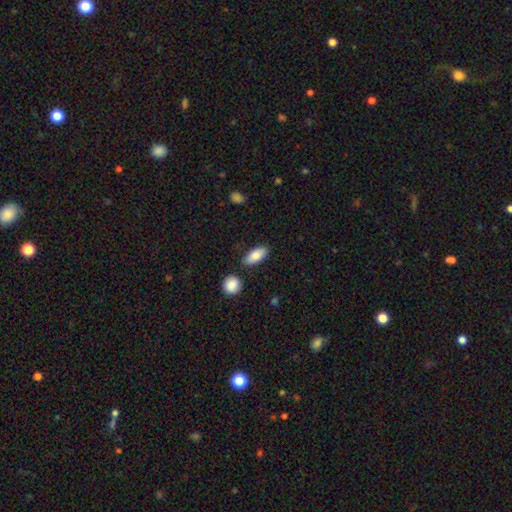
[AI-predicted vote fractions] Overall: smooth (81%). How rounded: in between (85%). Merging: none (83%).